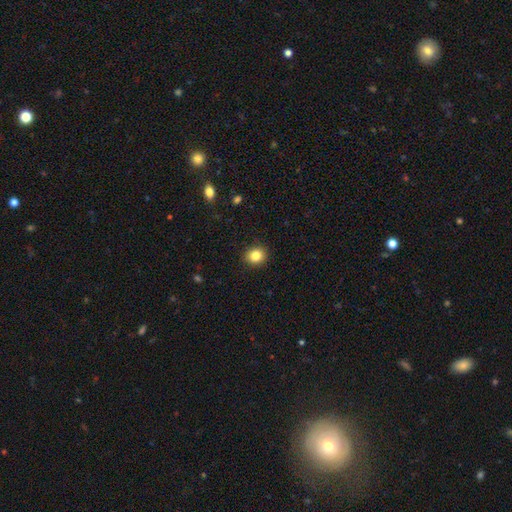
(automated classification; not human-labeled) Q: Smooth or featured?
A: smooth (84%); runner-up: star or artifact (10%)
Q: How rounded?
A: round (70%); runner-up: in between (29%)
Q: Merging?
A: none (91%); runner-up: minor disturbance (6%)